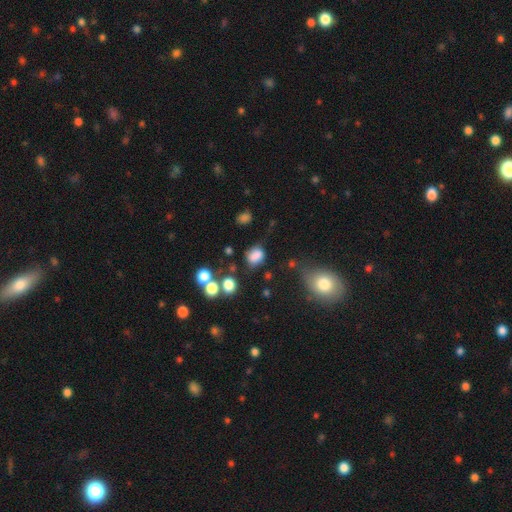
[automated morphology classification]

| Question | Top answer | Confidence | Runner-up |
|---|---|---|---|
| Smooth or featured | smooth | 78% | star or artifact (13%) |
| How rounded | in between | 59% | round (39%) |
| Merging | none | 56% | minor disturbance (24%) |